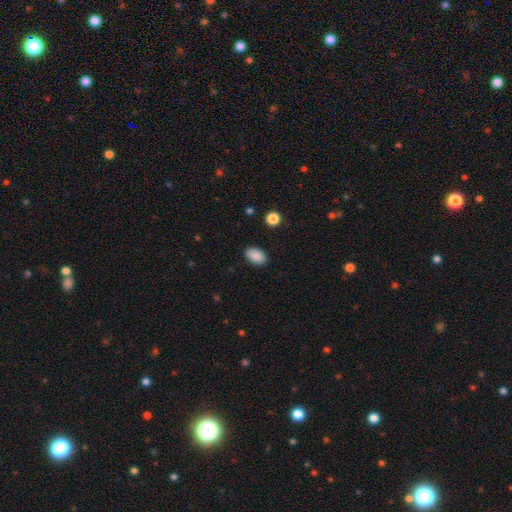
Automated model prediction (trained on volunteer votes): Smooth or featured? smooth (89%)
How rounded? in between (91%)
Merging? none (88%)